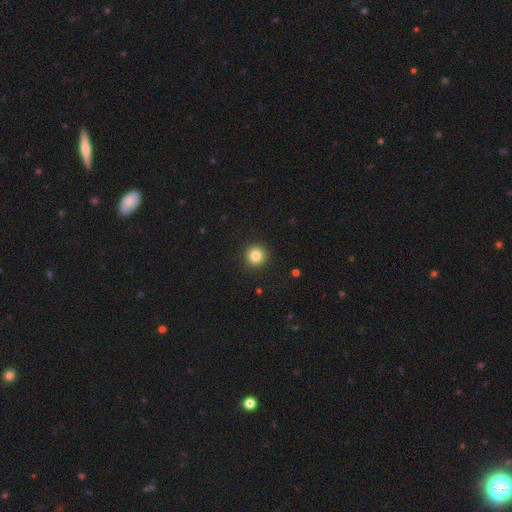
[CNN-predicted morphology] Smooth or featured?
  - smooth: 82% *
  - star or artifact: 11%
  - featured or disk: 7%
How rounded?
  - round: 95% *
  - in between: 4%
  - cigar-shaped: 1%
Merging?
  - none: 93% *
  - minor disturbance: 5%
  - major disturbance: 2%
  - merger: 1%